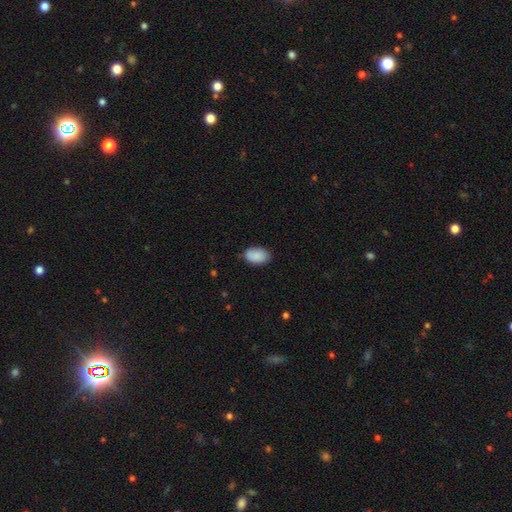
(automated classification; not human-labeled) Morphology: type=smooth (87%); roundness=in between (92%); merging=none (79%).